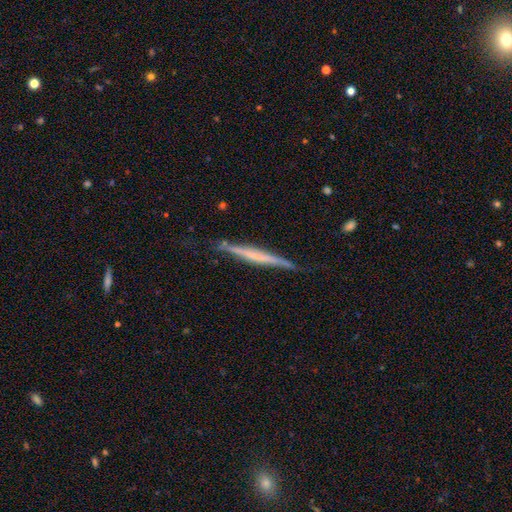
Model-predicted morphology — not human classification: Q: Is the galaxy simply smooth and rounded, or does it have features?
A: featured or disk — 63%.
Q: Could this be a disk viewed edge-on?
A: yes — 97%.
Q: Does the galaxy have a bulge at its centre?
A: none — 67%.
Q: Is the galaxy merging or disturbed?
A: none — 78%.